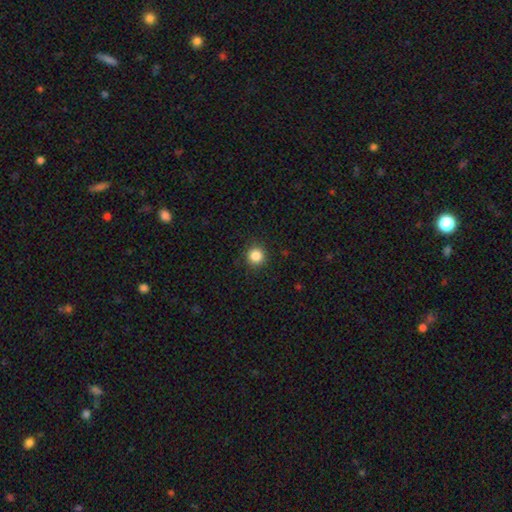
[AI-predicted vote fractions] Smooth or featured? Predicted: smooth (p=0.86). How rounded? Predicted: round (p=0.95). Merging? Predicted: none (p=0.91).